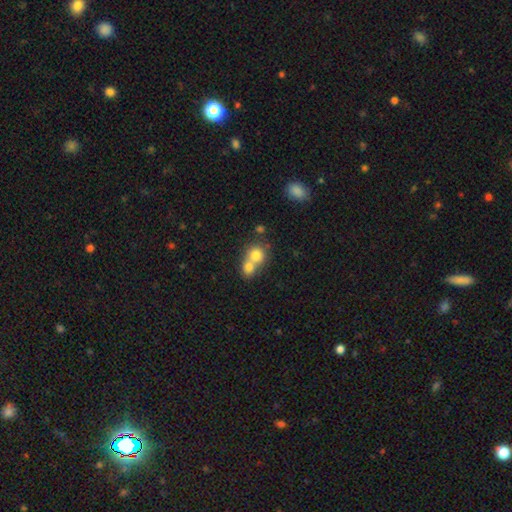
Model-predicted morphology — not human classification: The model was most divided on "merging": merger: 65%, none: 28%, minor disturbance: 5%, major disturbance: 2%. More confident: how rounded — round (78%); smooth or featured — smooth (77%).